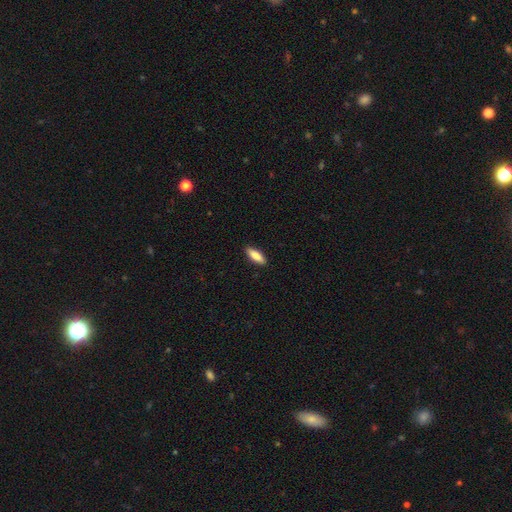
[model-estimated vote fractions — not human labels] Overall: smooth (84%). How rounded: in between (57%; cigar-shaped 41%). Merging: none (89%).